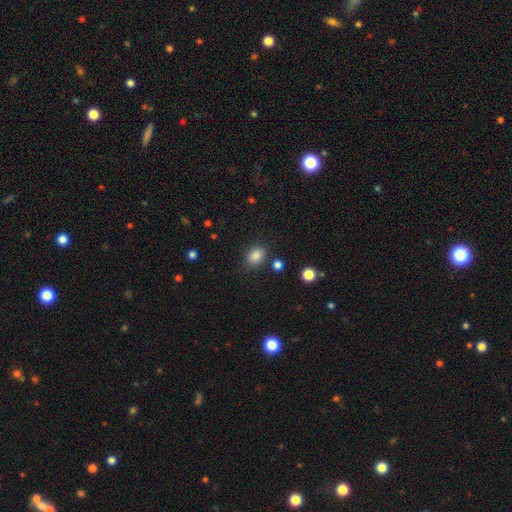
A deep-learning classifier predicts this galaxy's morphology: This is clearly a smooth galaxy (84%). How rounded: possibly in between (53%). Merging: clearly none (80%).